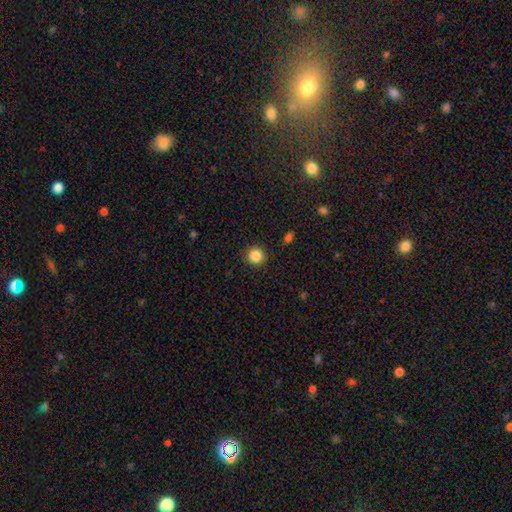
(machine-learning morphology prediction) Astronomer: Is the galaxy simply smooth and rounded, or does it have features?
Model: smooth — 86%.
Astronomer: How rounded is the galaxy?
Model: round — 93%.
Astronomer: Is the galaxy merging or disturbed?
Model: none — 91%.